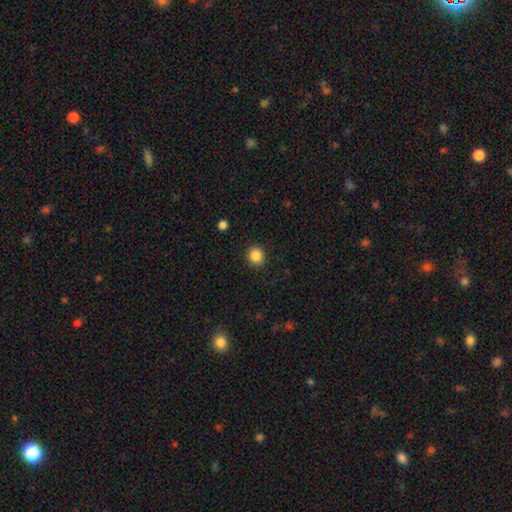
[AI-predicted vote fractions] The model was most divided on "how rounded": round: 85%, in between: 14%, cigar-shaped: 1%. More confident: merging — none (90%); smooth or featured — smooth (86%).